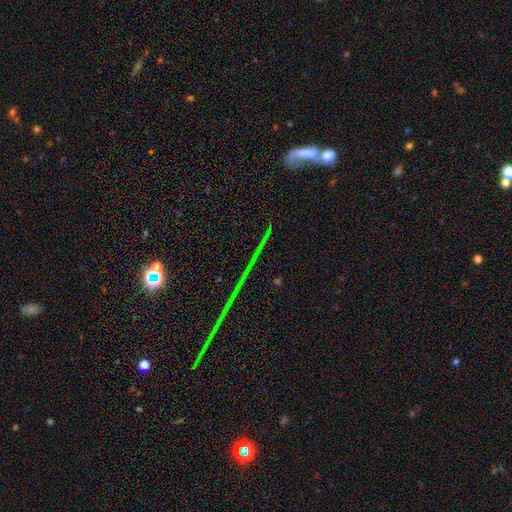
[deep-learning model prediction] A star or artifact, not a galaxy (67%).